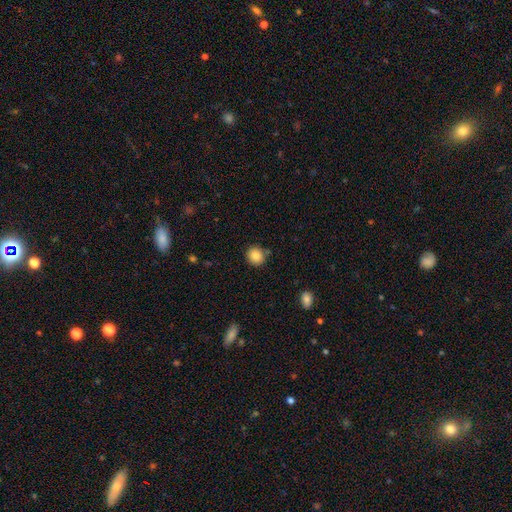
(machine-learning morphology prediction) Smooth or featured?
  - smooth: 86% *
  - star or artifact: 9%
  - featured or disk: 5%
How rounded?
  - round: 85% *
  - in between: 14%
  - cigar-shaped: 1%
Merging?
  - none: 82% *
  - minor disturbance: 11%
  - merger: 5%
  - major disturbance: 3%